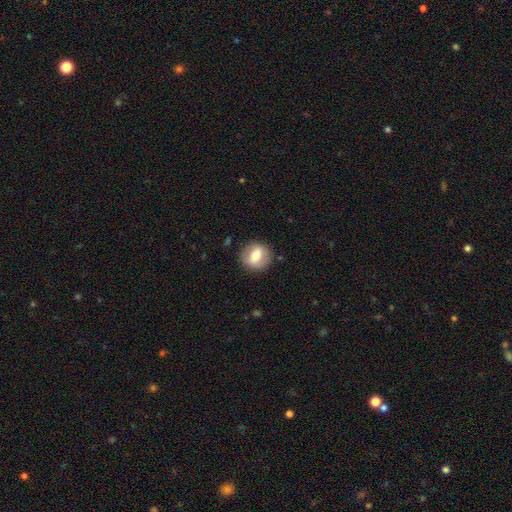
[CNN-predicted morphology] Smooth or featured? smooth (67%)
How rounded? round (78%)
Merging? none (85%)